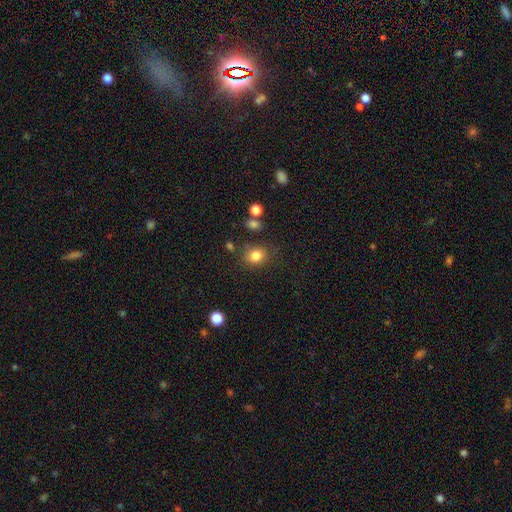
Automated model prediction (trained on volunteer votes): Smooth or featured? Predicted: smooth (p=0.82). How rounded? Predicted: round (p=0.68). Merging? Predicted: none (p=0.77).